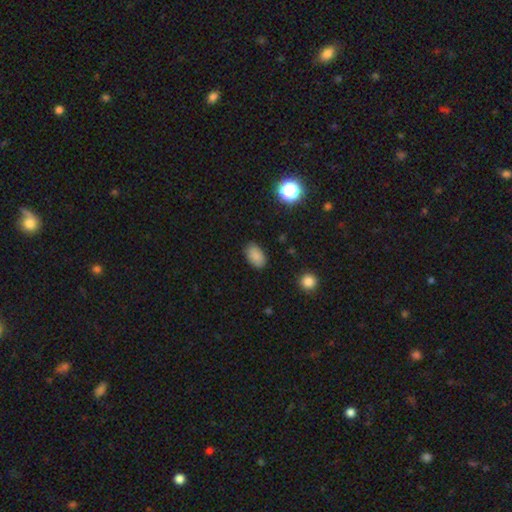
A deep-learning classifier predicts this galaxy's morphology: A smooth galaxy with no disk features (85%) that is in between round and cigar-shaped (91%). Merging: none (85%).